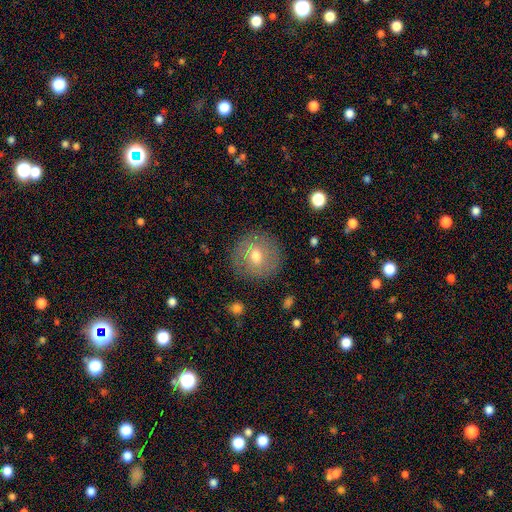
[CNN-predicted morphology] This appears to be a smooth galaxy with no disk features (57%) that is round (93%). Merging: none (86%).